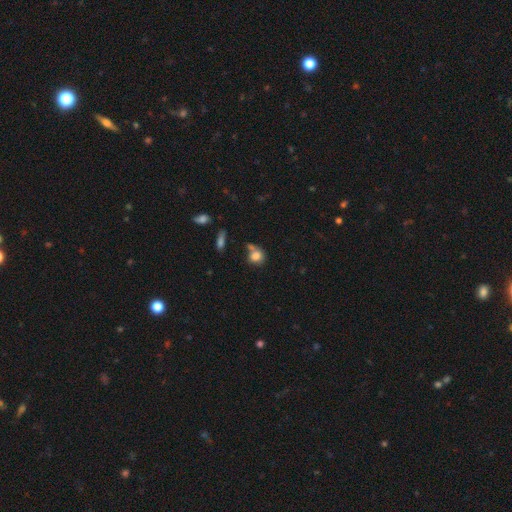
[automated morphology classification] This is clearly a smooth galaxy (80%). How rounded: likely round (70%). Merging: possibly none (51%).